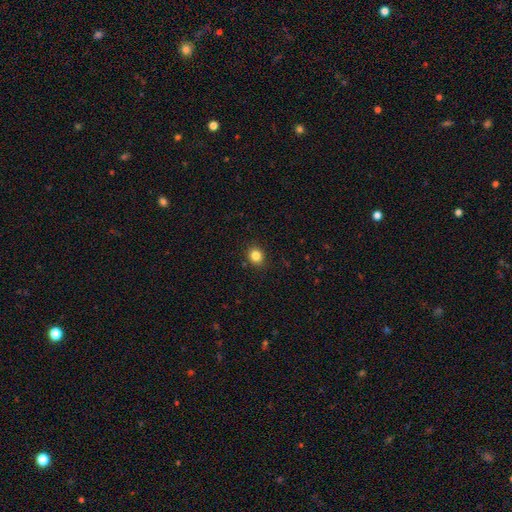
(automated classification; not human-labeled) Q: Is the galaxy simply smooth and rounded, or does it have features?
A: smooth — 83%.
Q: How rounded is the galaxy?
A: round — 71%.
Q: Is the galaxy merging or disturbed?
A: none — 89%.